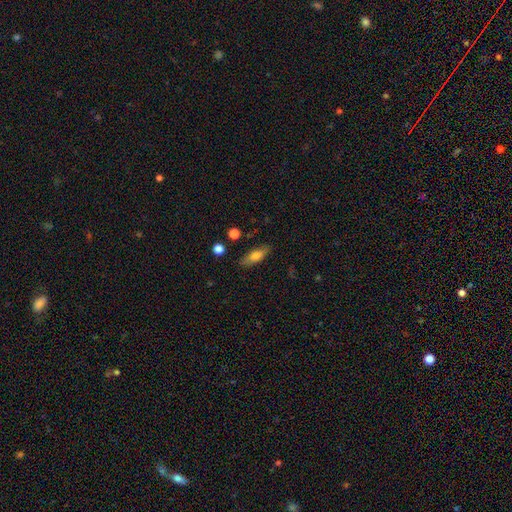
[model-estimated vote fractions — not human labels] smooth-or-featured: smooth: 70% | featured or disk: 23% | star or artifact: 7%
  how-rounded: in between: 66% | cigar-shaped: 30% | round: 4%
  merging: none: 84% | minor disturbance: 11% | major disturbance: 2% | merger: 2%